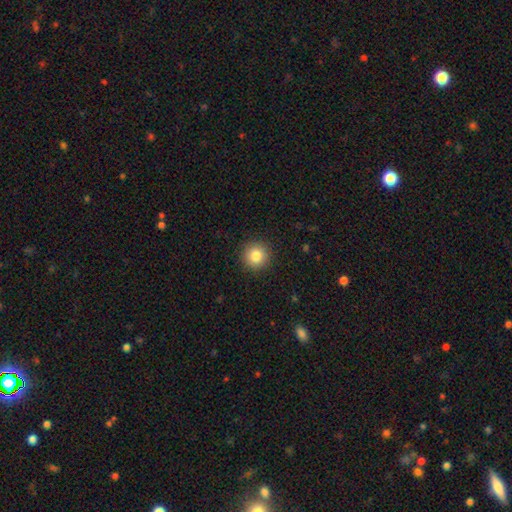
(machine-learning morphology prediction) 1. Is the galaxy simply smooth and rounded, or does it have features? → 84% smooth, 10% star or artifact, 6% featured or disk.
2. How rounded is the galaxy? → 94% round, 5% in between, 1% cigar-shaped.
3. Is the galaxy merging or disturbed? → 91% none, 6% minor disturbance, 2% major disturbance, 1% merger.